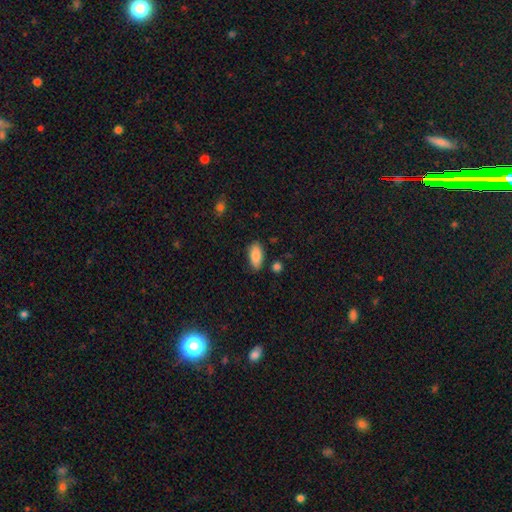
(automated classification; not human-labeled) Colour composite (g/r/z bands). It shows a smooth galaxy with no disk features (86%) that is in between round and cigar-shaped (91%). Merging: none (83%).